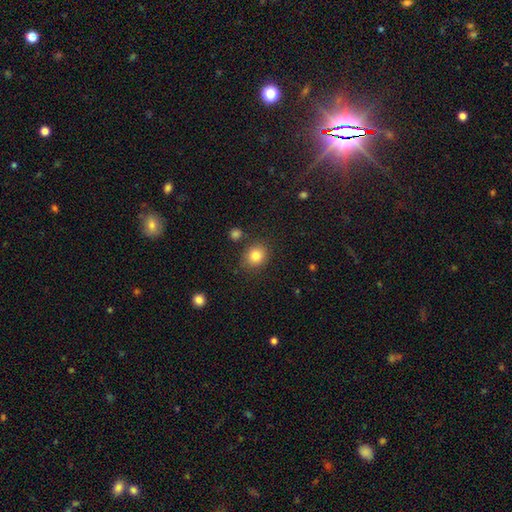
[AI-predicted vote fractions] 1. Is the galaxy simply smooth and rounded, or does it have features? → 82% smooth, 11% star or artifact, 7% featured or disk.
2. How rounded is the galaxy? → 75% round, 24% in between, 1% cigar-shaped.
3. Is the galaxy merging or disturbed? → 83% none, 10% minor disturbance, 4% merger, 3% major disturbance.